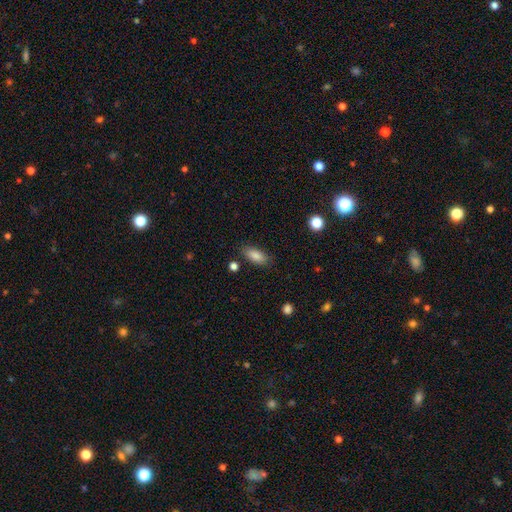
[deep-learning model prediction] A smooth galaxy with no disk features (86%) that is in between round and cigar-shaped (85%).

Vote fractions:
- Smooth or featured? smooth: 86% / star or artifact: 8% / featured or disk: 7%
- How rounded? in between: 85% / cigar-shaped: 12% / round: 3%
- Merging? none: 84% / minor disturbance: 12% / major disturbance: 3% / merger: 2%